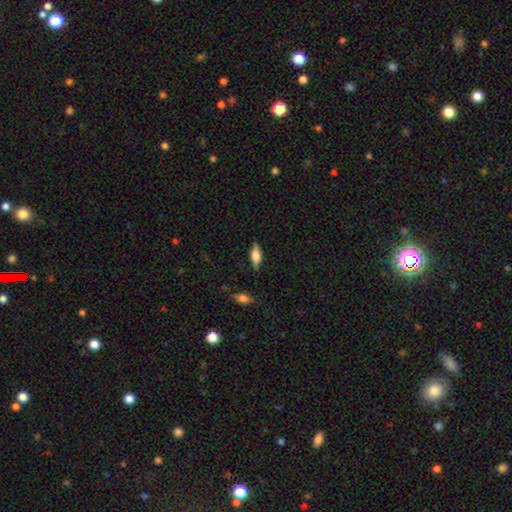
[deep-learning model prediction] This appears to be a smooth galaxy with no disk features (55%) that is in between round and cigar-shaped (67%). Merging: none (84%).